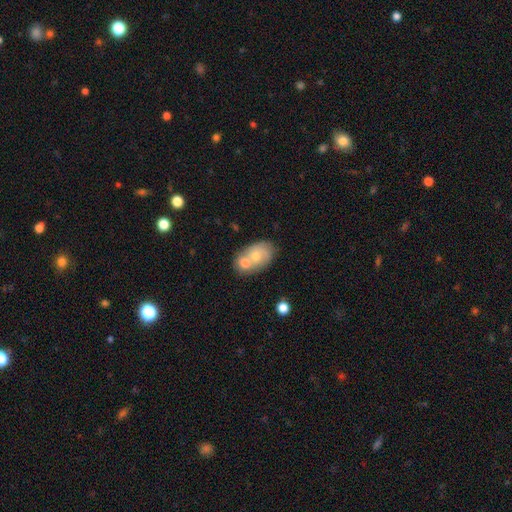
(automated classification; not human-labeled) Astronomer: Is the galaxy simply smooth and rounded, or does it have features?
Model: smooth — 57% (runner-up: featured or disk, 34%).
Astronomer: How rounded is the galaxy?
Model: in between — 74%.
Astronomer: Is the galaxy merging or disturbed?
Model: merger — 50% (runner-up: none, 35%).